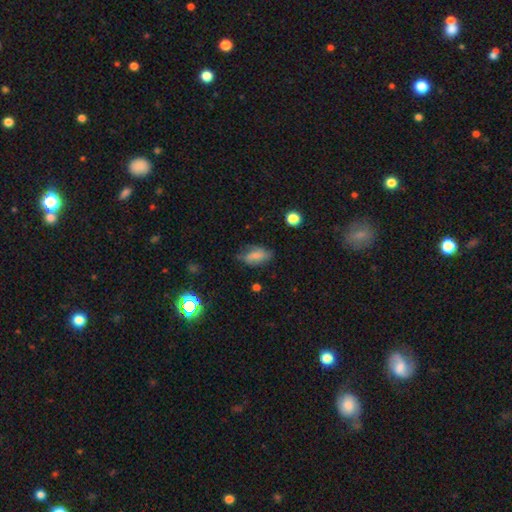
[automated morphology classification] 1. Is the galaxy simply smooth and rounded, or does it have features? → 57% smooth, 33% featured or disk, 10% star or artifact.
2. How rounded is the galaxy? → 87% in between, 8% round, 5% cigar-shaped.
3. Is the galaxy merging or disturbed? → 54% none, 31% minor disturbance, 12% major disturbance, 2% merger.